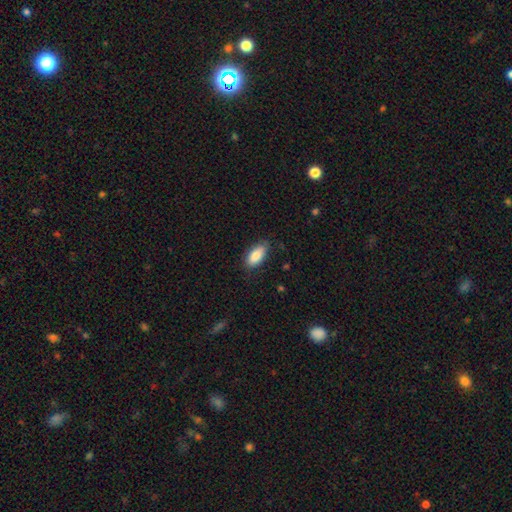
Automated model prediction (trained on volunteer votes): Morphology: type=smooth (85%); roundness=in between (89%); merging=none (78%).